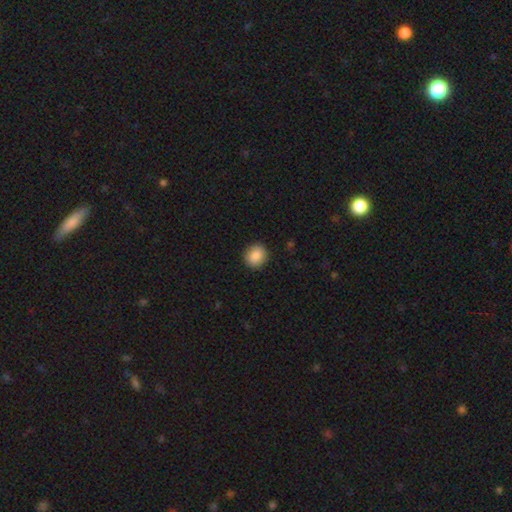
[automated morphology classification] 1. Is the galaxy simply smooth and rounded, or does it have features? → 88% smooth, 8% star or artifact, 4% featured or disk.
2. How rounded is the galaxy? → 82% round, 17% in between, 1% cigar-shaped.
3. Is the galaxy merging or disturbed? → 91% none, 7% minor disturbance, 2% major disturbance, 1% merger.